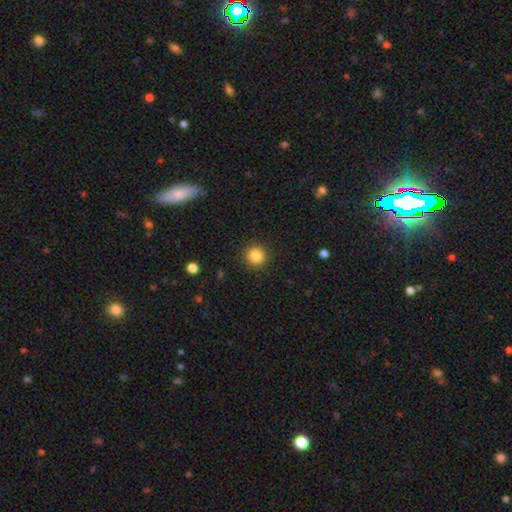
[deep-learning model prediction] The model was most divided on "smooth or featured": smooth: 85%, star or artifact: 11%, featured or disk: 4%. More confident: how rounded — round (95%); merging — none (91%).